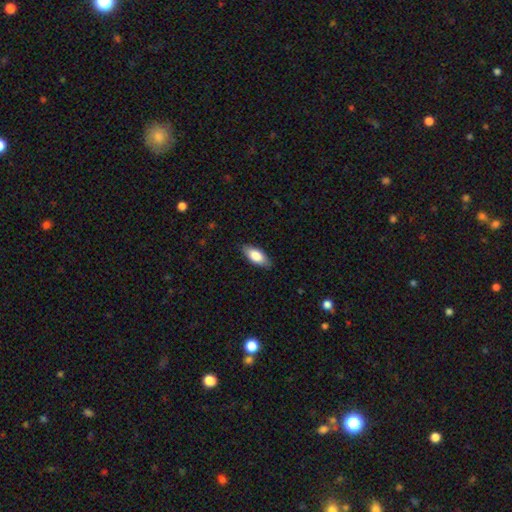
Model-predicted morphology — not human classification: Smooth or featured?
  - smooth: 80% *
  - featured or disk: 14%
  - star or artifact: 6%
How rounded?
  - in between: 84% *
  - cigar-shaped: 14%
  - round: 2%
Merging?
  - none: 86% *
  - minor disturbance: 11%
  - major disturbance: 2%
  - merger: 1%